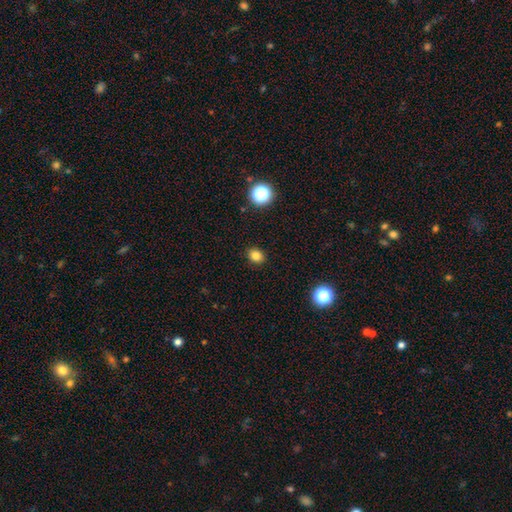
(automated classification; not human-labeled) Smooth or featured? Predicted: smooth (p=0.81). How rounded? Predicted: round (p=0.55). Merging? Predicted: none (p=0.90).